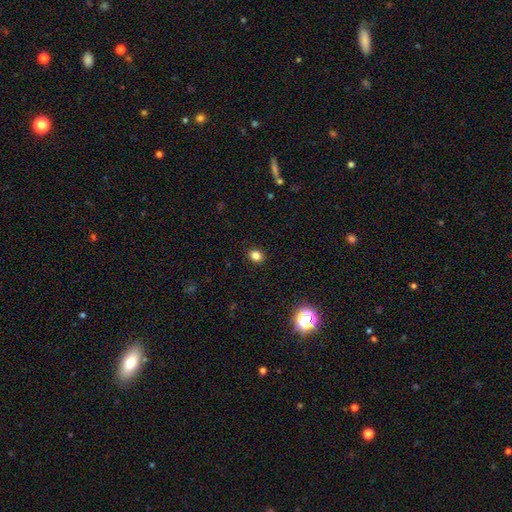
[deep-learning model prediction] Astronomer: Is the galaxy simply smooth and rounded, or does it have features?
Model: smooth — 82%.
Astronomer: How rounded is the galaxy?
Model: round — 55% (runner-up: in between, 44%).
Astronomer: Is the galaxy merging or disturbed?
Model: none — 90%.